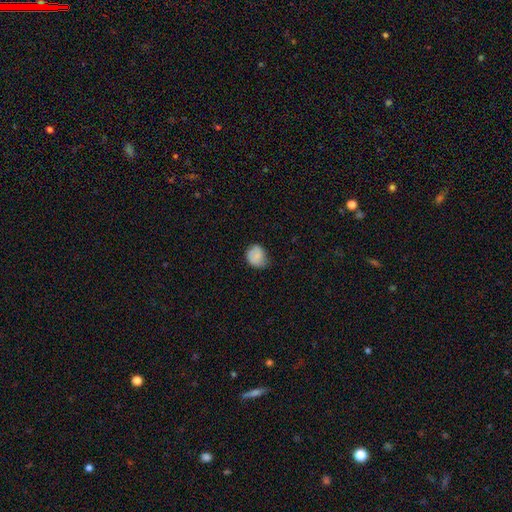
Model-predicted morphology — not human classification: This is likely a smooth galaxy (79%). How rounded: likely round (64%). Merging: possibly none (58%).